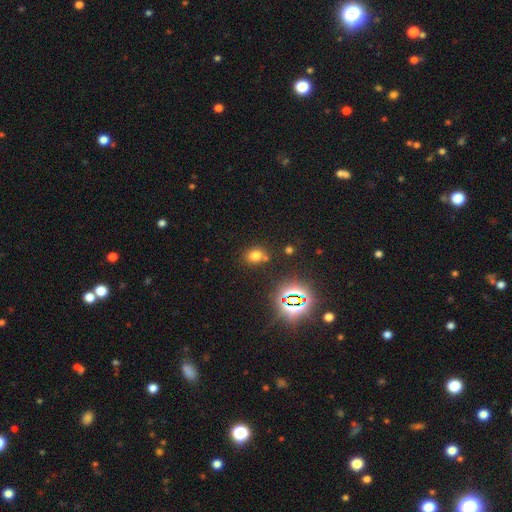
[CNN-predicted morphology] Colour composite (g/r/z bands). It shows a smooth galaxy with no disk features (67%) that is round (56%). Merging: none (67%).